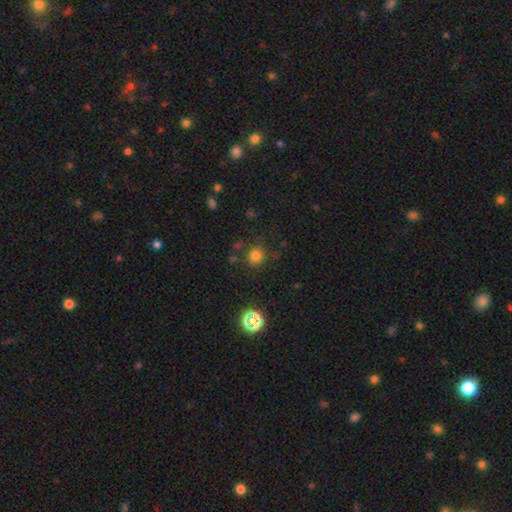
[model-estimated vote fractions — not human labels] smooth-or-featured: smooth: 76% | star or artifact: 18% | featured or disk: 6%
  how-rounded: round: 88% | in between: 11% | cigar-shaped: 1%
  merging: none: 79% | minor disturbance: 11% | merger: 5% | major disturbance: 5%